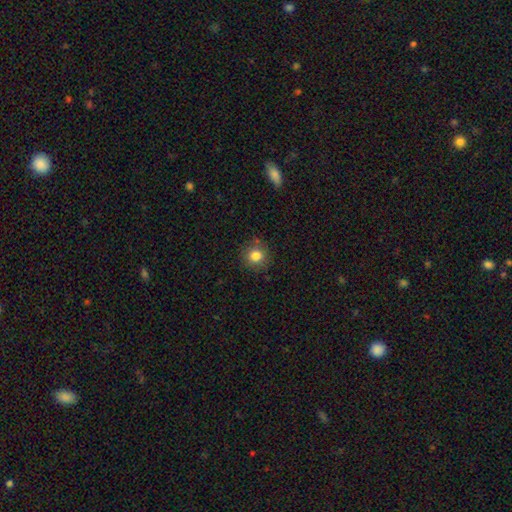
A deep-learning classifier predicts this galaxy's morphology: The model was most divided on "smooth or featured": smooth: 82%, star or artifact: 11%, featured or disk: 6%. More confident: how rounded — round (91%); merging — none (85%).